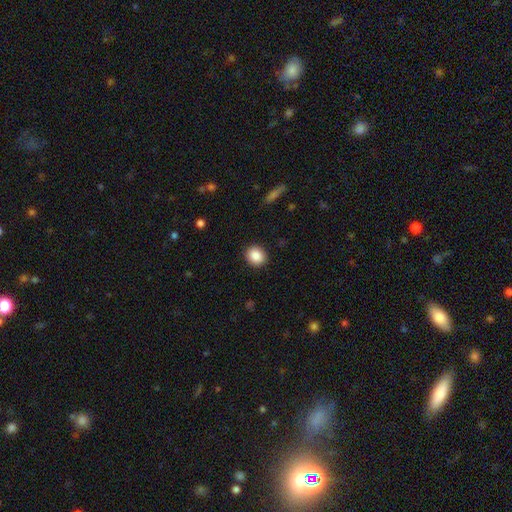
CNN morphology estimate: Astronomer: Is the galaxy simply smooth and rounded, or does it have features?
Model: smooth — 86%.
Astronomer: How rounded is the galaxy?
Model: round — 77%.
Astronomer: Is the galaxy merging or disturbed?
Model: none — 91%.